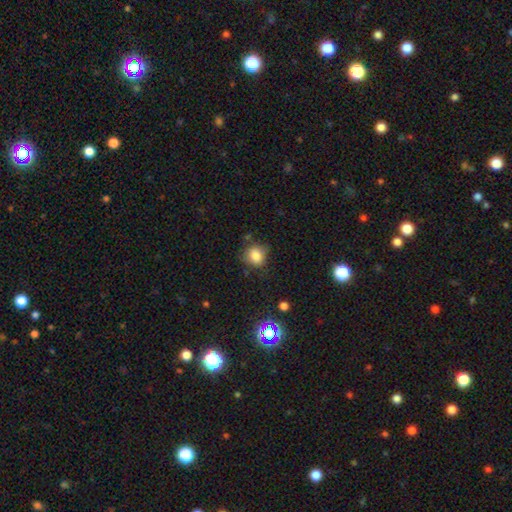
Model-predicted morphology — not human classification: The model was most divided on "how rounded": round: 75%, in between: 24%, cigar-shaped: 1%. More confident: smooth or featured — smooth (81%); merging — none (72%).